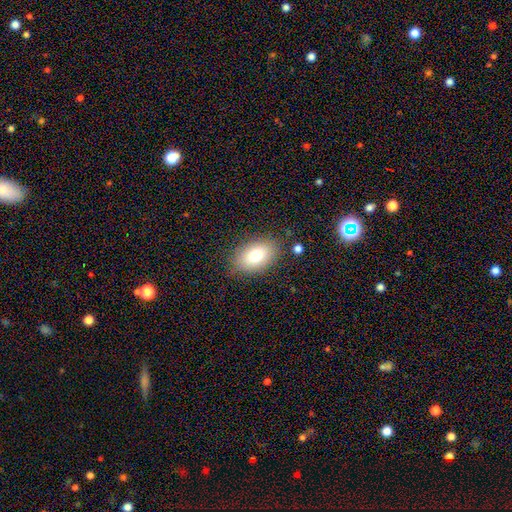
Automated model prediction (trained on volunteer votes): Smooth or featured?
  - smooth: 77% *
  - featured or disk: 14%
  - star or artifact: 9%
How rounded?
  - in between: 88% *
  - round: 11%
  - cigar-shaped: 1%
Merging?
  - none: 83% *
  - minor disturbance: 12%
  - major disturbance: 4%
  - merger: 2%